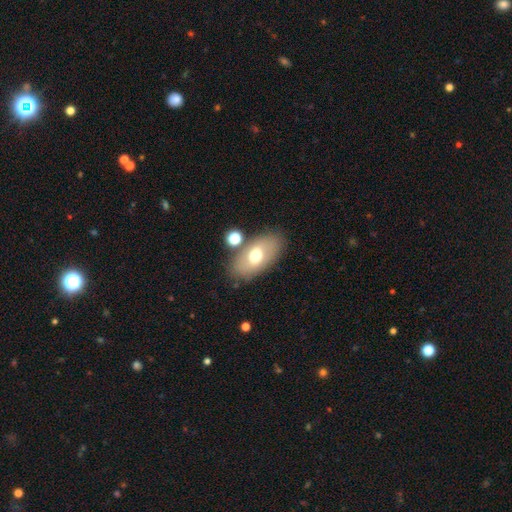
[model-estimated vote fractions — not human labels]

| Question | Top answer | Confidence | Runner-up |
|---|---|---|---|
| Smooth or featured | smooth | 63% | featured or disk (29%) |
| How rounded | in between | 91% | round (6%) |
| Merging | none | 76% | minor disturbance (13%) |